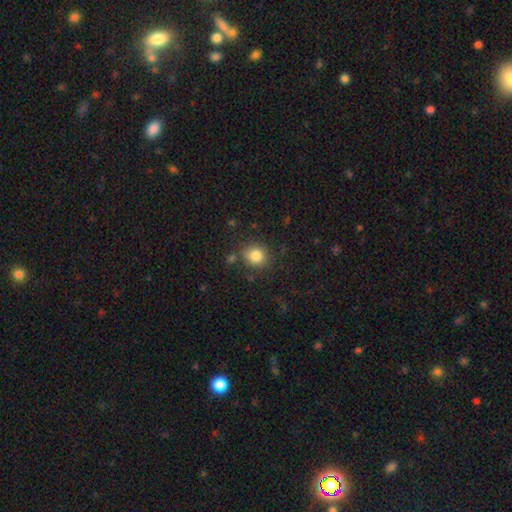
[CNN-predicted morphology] smooth-or-featured: smooth: 83% | star or artifact: 11% | featured or disk: 6%
  how-rounded: round: 82% | in between: 17% | cigar-shaped: 1%
  merging: none: 81% | minor disturbance: 11% | merger: 4% | major disturbance: 4%